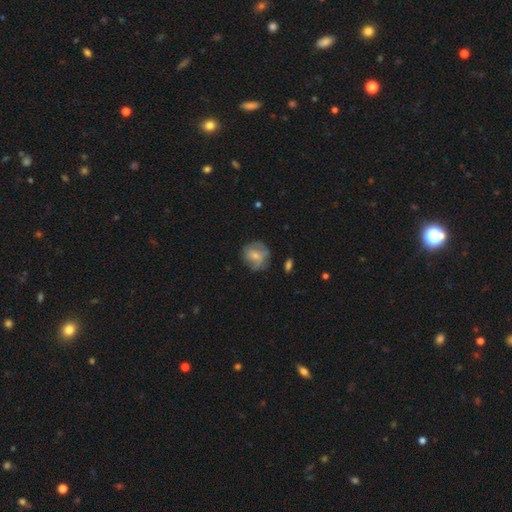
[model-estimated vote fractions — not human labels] This is possibly a smooth galaxy (56%). How rounded: likely round (78%). Merging: likely none (61%).